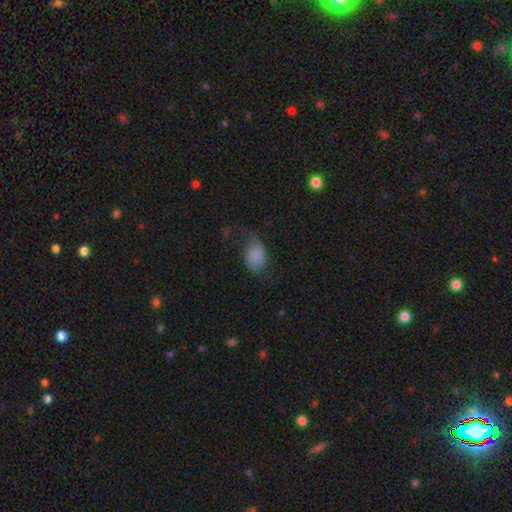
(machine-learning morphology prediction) smooth_or_featured: smooth (p=0.71) [alt: featured or disk p=0.19]
how_rounded: in between (p=0.85) [alt: round p=0.14]
merging: none (p=0.47) [alt: minor disturbance p=0.28]